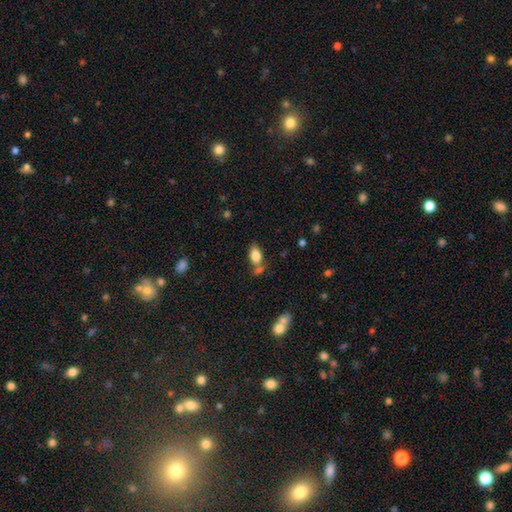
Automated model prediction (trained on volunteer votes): This appears to be a smooth galaxy with no disk features (84%) that is in between round and cigar-shaped (90%). Merging: none (56%).